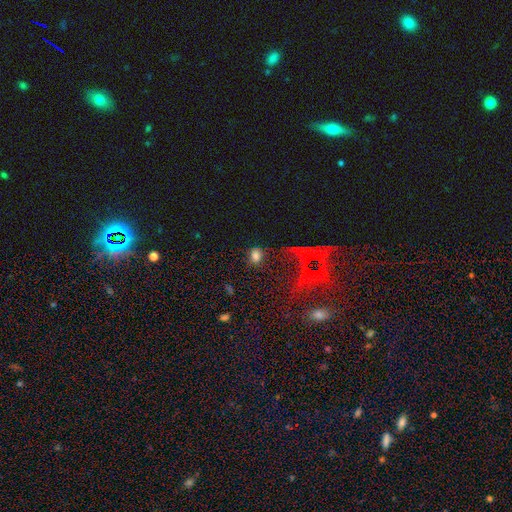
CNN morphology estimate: Overall: smooth (76%). How rounded: in between (63%; round 35%). Merging: none (73%).